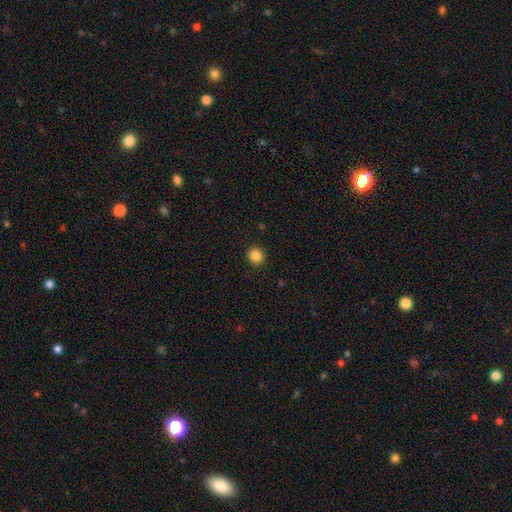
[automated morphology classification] Smooth or featured? smooth (85%)
How rounded? round (89%)
Merging? none (91%)